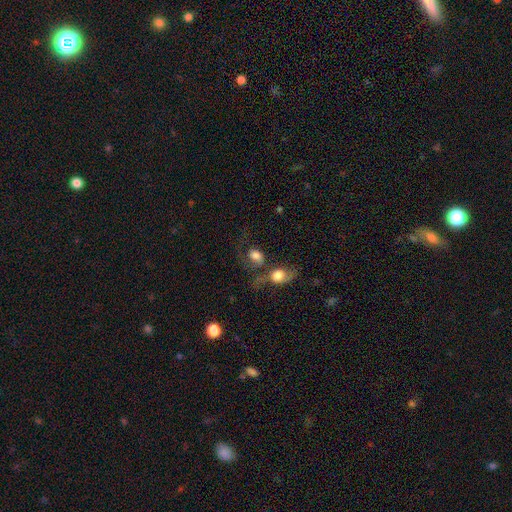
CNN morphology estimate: Overall: smooth (58%; featured or disk 31%). How rounded: in between (54%; round 44%). Merging: merger (52%; none 21%).